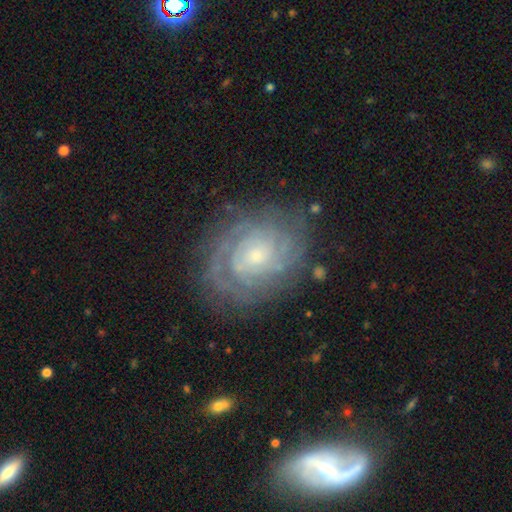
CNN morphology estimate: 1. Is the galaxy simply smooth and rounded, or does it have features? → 84% featured or disk, 9% smooth, 7% star or artifact.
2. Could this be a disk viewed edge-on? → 97% no, 3% yes.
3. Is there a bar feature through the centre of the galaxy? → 73% no, 23% weak, 5% strong.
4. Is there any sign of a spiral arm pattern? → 95% yes, 5% no.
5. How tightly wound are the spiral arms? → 78% tight, 18% medium, 4% loose.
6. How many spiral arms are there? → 37% can't tell, 21% 2, 18% 3, 12% 4, 7% more than 4, 6% 1.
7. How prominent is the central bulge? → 61% small, 33% moderate, 3% none, 3% large, 1% dominant.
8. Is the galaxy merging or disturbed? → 76% none, 16% minor disturbance, 6% major disturbance, 1% merger.